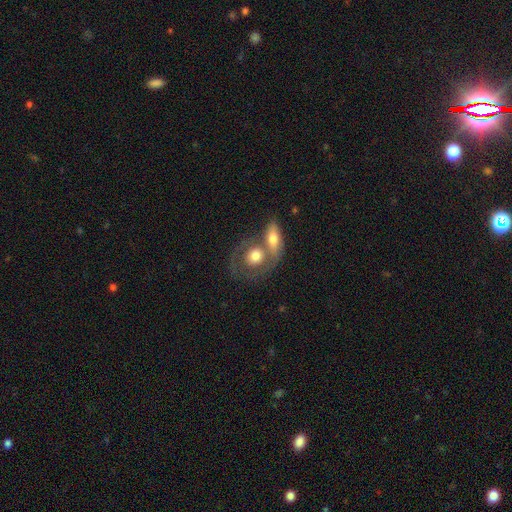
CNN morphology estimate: A smooth galaxy with no disk features (58%) that is round (57%).

Vote fractions:
- Smooth or featured? smooth: 58% / featured or disk: 36% / star or artifact: 6%
- How rounded? round: 57% / in between: 40% / cigar-shaped: 3%
- Merging? merger: 50% / none: 33% / minor disturbance: 10% / major disturbance: 6%